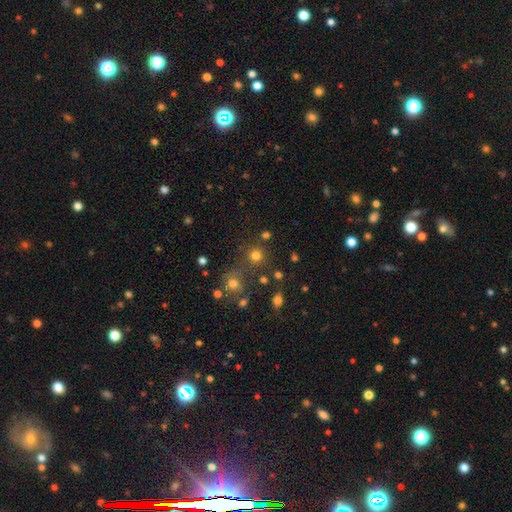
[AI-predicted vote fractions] Smooth or featured?
  - smooth: 75% *
  - star or artifact: 19%
  - featured or disk: 6%
How rounded?
  - round: 93% *
  - in between: 6%
  - cigar-shaped: 1%
Merging?
  - none: 75% *
  - merger: 13%
  - minor disturbance: 8%
  - major disturbance: 4%